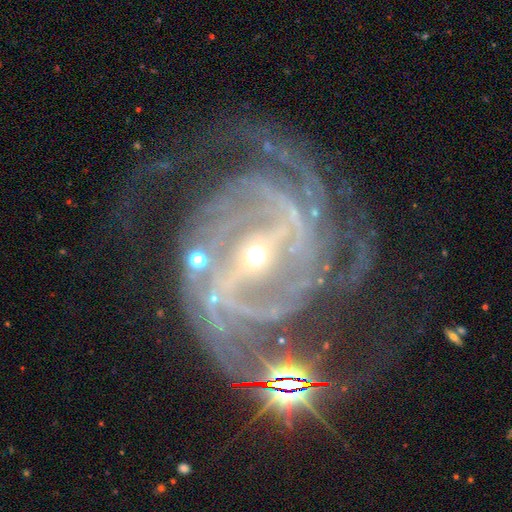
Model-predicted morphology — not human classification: featured or disk 92%, star or artifact 6%, smooth 2%. Down the decision tree: edge-on disk — no (97%); bar — strong (65%); spiral arms — yes (98%); spiral arm count — 2 (25%); spiral winding — tight (53%); bulge size — small (77%); merging — none (58%).